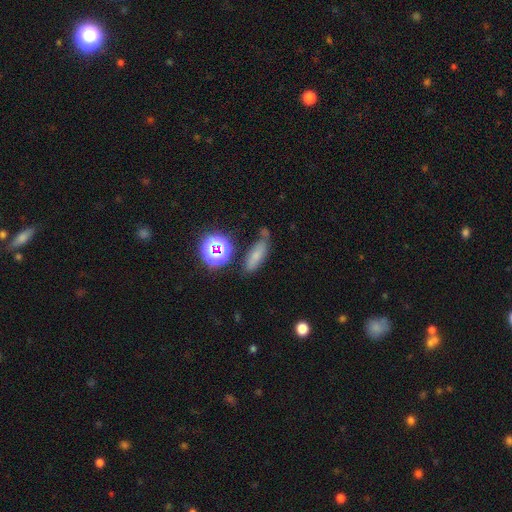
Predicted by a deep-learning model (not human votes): Smooth or featured: smooth — 65% (star or artifact — 19%)
How rounded: in between — 54% (cigar-shaped — 35%)
Merging: none — 63% (minor disturbance — 20%)